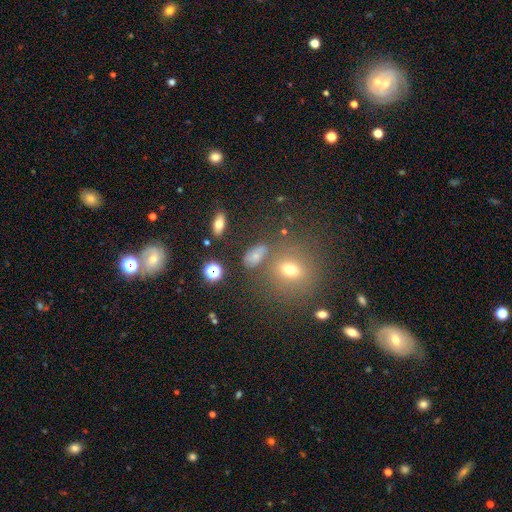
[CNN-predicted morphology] Smooth or featured?
  - smooth: 59% *
  - star or artifact: 24%
  - featured or disk: 18%
How rounded?
  - in between: 75% *
  - round: 20%
  - cigar-shaped: 5%
Merging?
  - none: 68% *
  - minor disturbance: 16%
  - merger: 9%
  - major disturbance: 7%